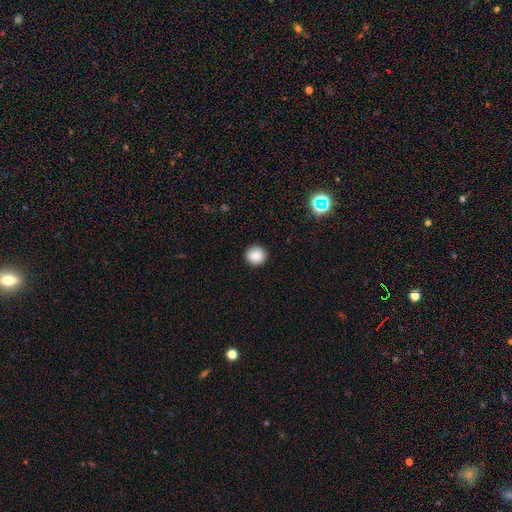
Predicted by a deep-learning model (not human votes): Q: Smooth or featured?
A: smooth (86%); runner-up: star or artifact (9%)
Q: How rounded?
A: round (92%); runner-up: in between (7%)
Q: Merging?
A: none (92%); runner-up: minor disturbance (5%)